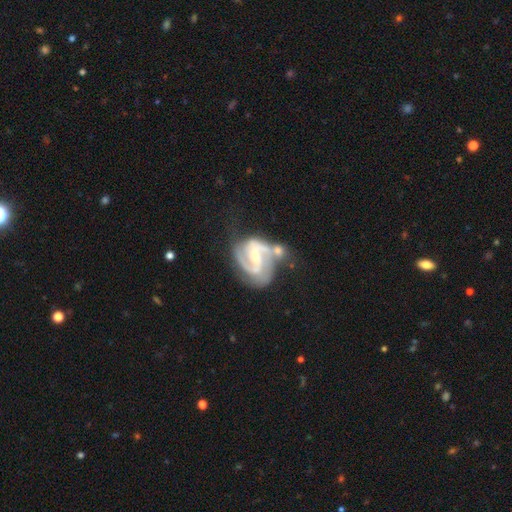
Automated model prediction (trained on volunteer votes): This is clearly a featured or disk galaxy (89%). It is clearly not viewed edge-on (98%). Bar: possibly weak (49%). Spiral arm pattern: clearly yes (97%). Spiral arm count: likely 2 (80%). Spiral winding: possibly medium (54%). Central bulge: possibly small (47%). Merging: marginally none (37%).